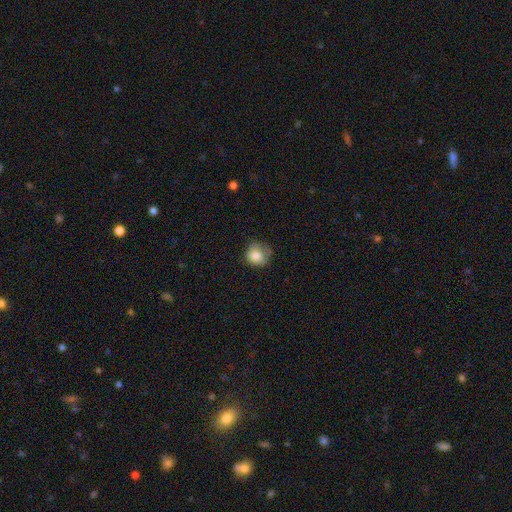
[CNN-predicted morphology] A smooth galaxy with no disk features (81%) that is round (79%). Merging: none (52%).